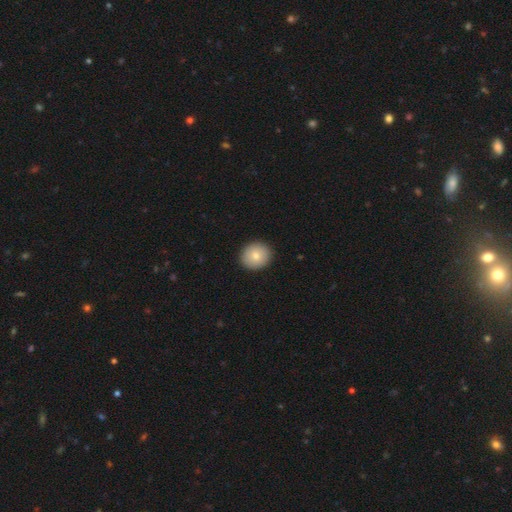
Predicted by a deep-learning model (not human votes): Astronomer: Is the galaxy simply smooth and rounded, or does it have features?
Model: smooth — 80%.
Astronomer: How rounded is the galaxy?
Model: round — 81%.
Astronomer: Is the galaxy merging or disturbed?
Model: none — 91%.